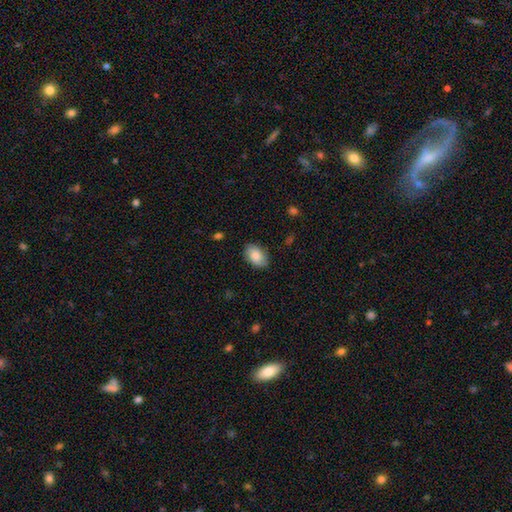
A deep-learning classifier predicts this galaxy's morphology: A smooth galaxy with no disk features (83%) that is in between round and cigar-shaped (90%). Merging: none (85%).